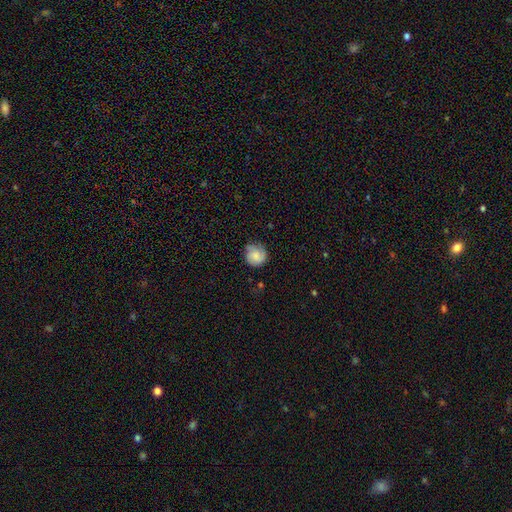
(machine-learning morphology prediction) The model was most divided on "smooth or featured": smooth: 63%, featured or disk: 29%, star or artifact: 8%. More confident: how rounded — round (88%); merging — none (72%).